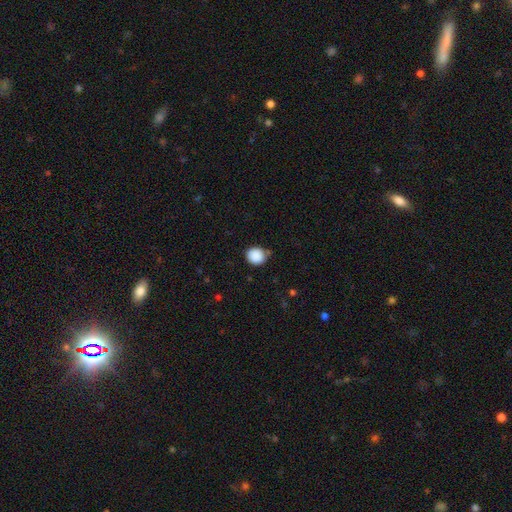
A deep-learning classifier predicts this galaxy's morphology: Overall: smooth (89%). How rounded: round (87%). Merging: none (79%).